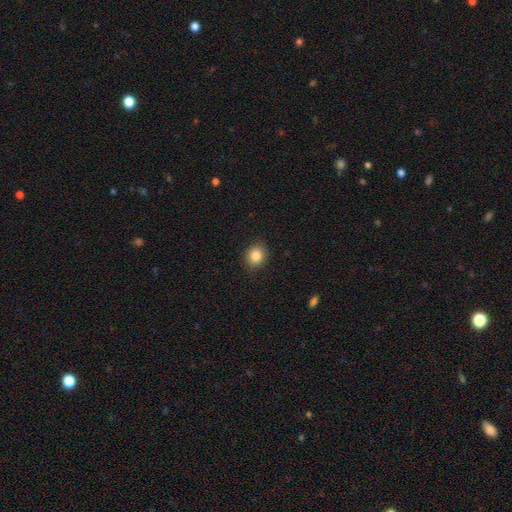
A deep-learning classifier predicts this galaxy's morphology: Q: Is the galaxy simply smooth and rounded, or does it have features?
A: smooth — 85%.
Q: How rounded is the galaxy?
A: round — 65%.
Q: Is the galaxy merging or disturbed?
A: none — 89%.